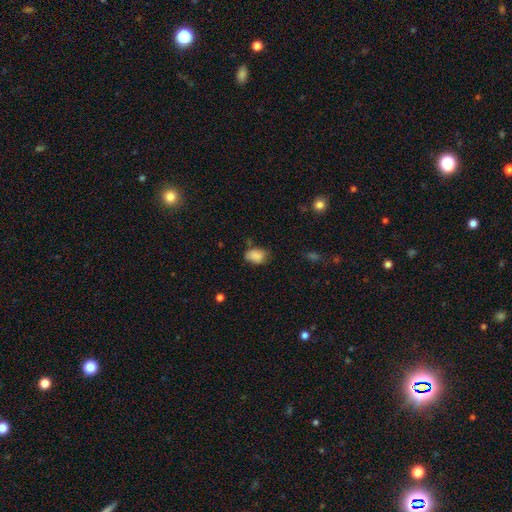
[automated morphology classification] A smooth galaxy with no disk features (85%) that is in between round and cigar-shaped (75%).

Vote fractions:
- Smooth or featured? smooth: 85% / star or artifact: 9% / featured or disk: 6%
- How rounded? in between: 75% / round: 24% / cigar-shaped: 1%
- Merging? none: 59% / minor disturbance: 30% / major disturbance: 8% / merger: 3%